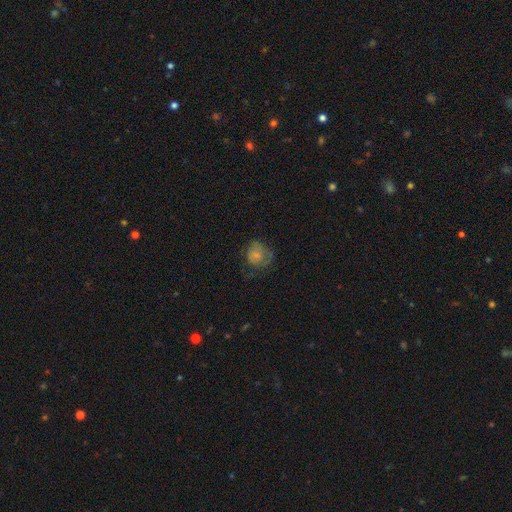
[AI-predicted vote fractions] smooth-or-featured: smooth: 48% | featured or disk: 34% | star or artifact: 18%
  merging: none: 59% | minor disturbance: 22% | major disturbance: 18% | merger: 2%